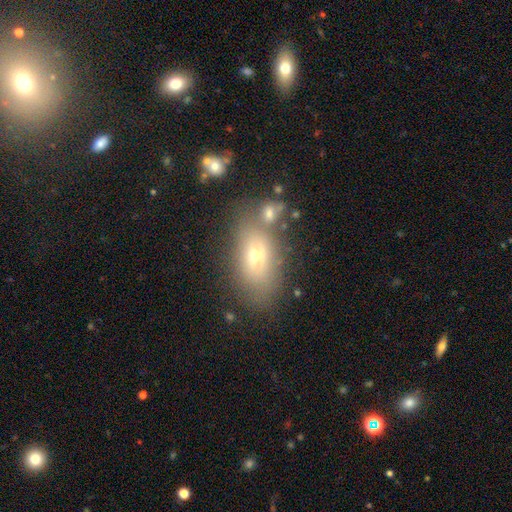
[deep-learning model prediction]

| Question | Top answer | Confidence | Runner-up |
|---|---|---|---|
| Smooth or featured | smooth | 61% | featured or disk (25%) |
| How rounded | in between | 83% | round (12%) |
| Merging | none | 61% | merger (17%) |